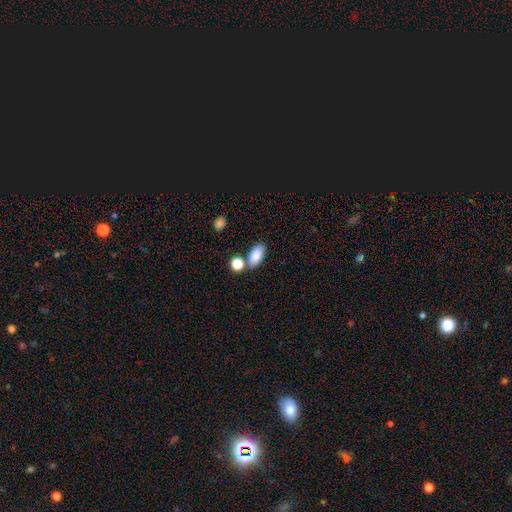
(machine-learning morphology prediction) smooth-or-featured: smooth: 85% | star or artifact: 8% | featured or disk: 7%
  how-rounded: in between: 89% | round: 6% | cigar-shaped: 5%
  merging: none: 68% | merger: 17% | minor disturbance: 11% | major disturbance: 3%